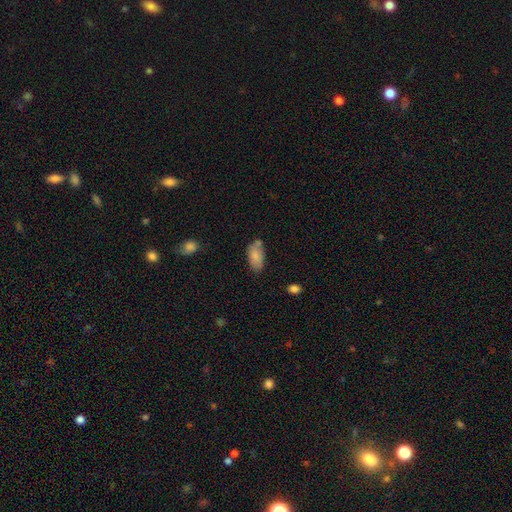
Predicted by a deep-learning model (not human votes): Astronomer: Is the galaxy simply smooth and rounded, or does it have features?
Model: smooth — 80%.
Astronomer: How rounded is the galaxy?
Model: in between — 92%.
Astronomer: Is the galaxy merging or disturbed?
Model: none — 60%.